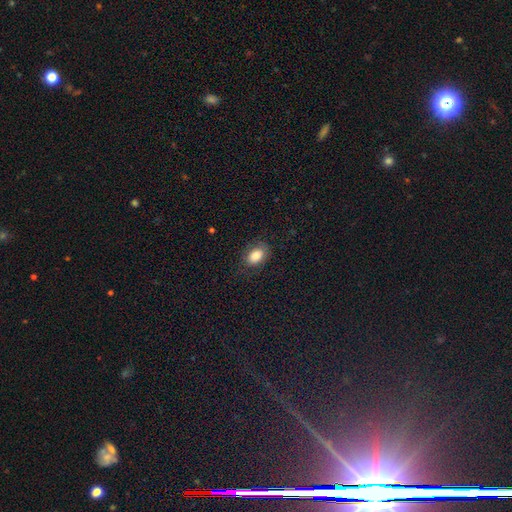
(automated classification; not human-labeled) This is clearly a smooth galaxy (84%). How rounded: clearly in between (83%). Merging: likely none (78%).